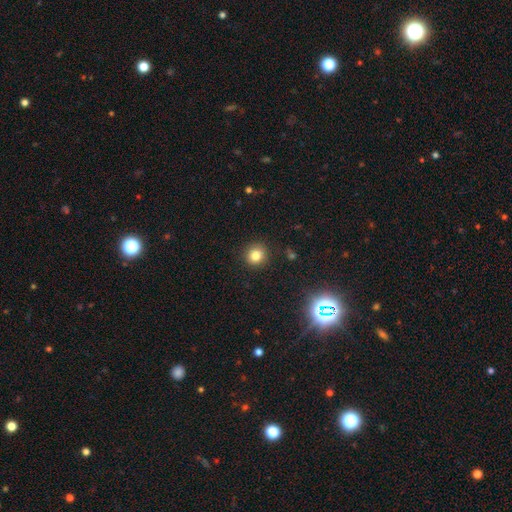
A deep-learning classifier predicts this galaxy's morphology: Q: Smooth or featured?
A: smooth (81%); runner-up: star or artifact (13%)
Q: How rounded?
A: round (91%); runner-up: in between (8%)
Q: Merging?
A: none (91%); runner-up: minor disturbance (6%)